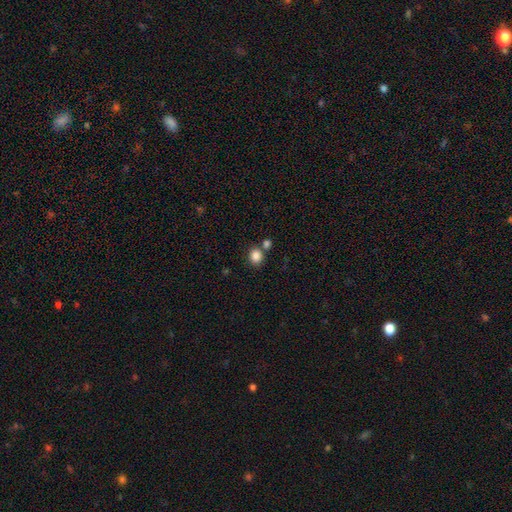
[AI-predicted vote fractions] smooth-or-featured: smooth: 85% | star or artifact: 10% | featured or disk: 5%
  how-rounded: round: 67% | in between: 32% | cigar-shaped: 1%
  merging: none: 67% | merger: 20% | minor disturbance: 10% | major disturbance: 3%